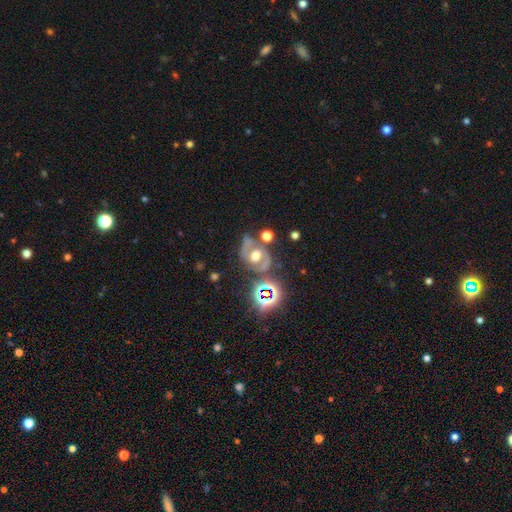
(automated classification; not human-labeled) A featured or disk galaxy (66%) with no bar (43%), 2 (83%) medium (53%) spiral arms (81%) and a moderate central bulge (56%).

Vote fractions:
- Smooth or featured? featured or disk: 66% / star or artifact: 18% / smooth: 17%
- Edge-on disk? no: 96% / yes: 4%
- Bar? no: 43% / weak: 36% / strong: 22%
- Spiral arms? yes: 81% / no: 19%
- Spiral winding? medium: 53% / tight: 30% / loose: 17%
- Spiral arm count? 2: 83% / can't tell: 7% / 1: 6% / 3: 2% / 4: 1% / more than 4: 1%
- Bulge size? moderate: 56% / large: 31% / small: 7% / dominant: 3% / none: 3%
- Merging? none: 57% / minor disturbance: 19% / major disturbance: 12% / merger: 11%